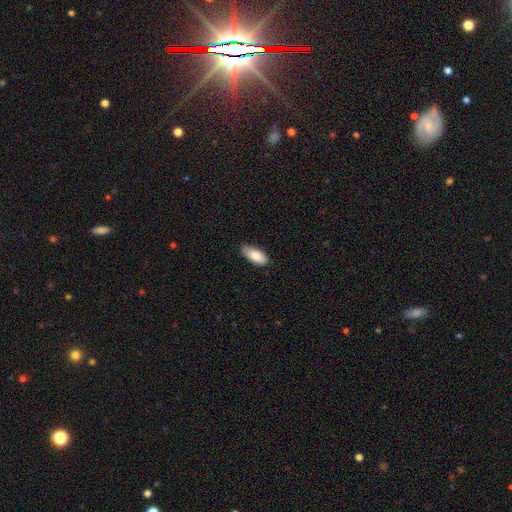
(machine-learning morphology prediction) type=smooth (83%); roundness=in between (85%); merging=none (81%).